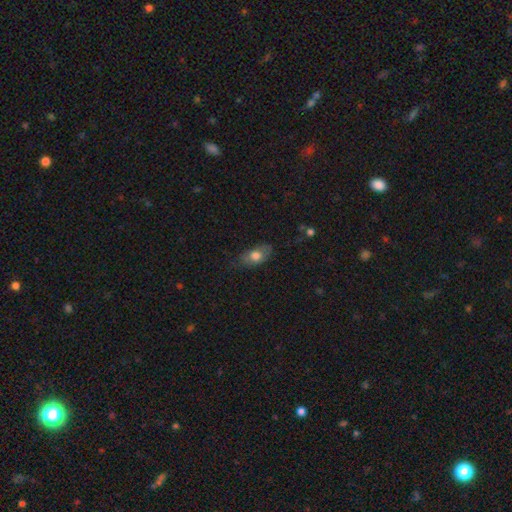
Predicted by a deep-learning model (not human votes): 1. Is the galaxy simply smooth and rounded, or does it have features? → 71% smooth, 21% featured or disk, 8% star or artifact.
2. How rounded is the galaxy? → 84% in between, 10% round, 7% cigar-shaped.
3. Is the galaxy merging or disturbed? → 67% none, 24% minor disturbance, 7% major disturbance, 2% merger.